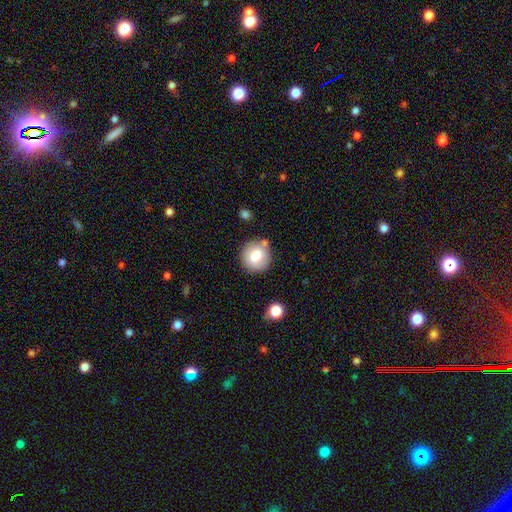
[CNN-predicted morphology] Smooth or featured? smooth (78%)
How rounded? round (90%)
Merging? none (82%)